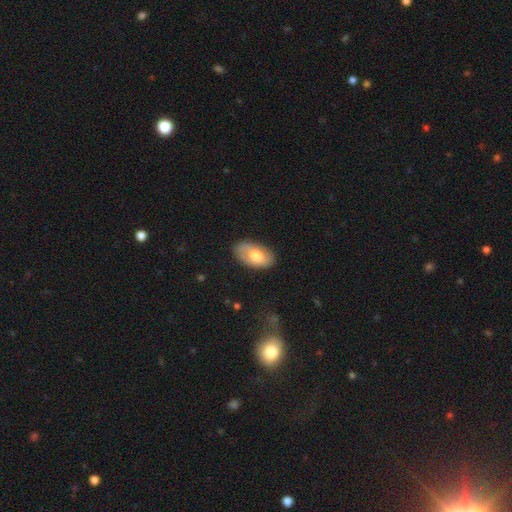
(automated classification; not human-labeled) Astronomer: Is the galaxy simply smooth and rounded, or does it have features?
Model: smooth — 66%.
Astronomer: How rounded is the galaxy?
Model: in between — 93%.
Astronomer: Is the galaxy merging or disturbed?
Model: none — 79%.